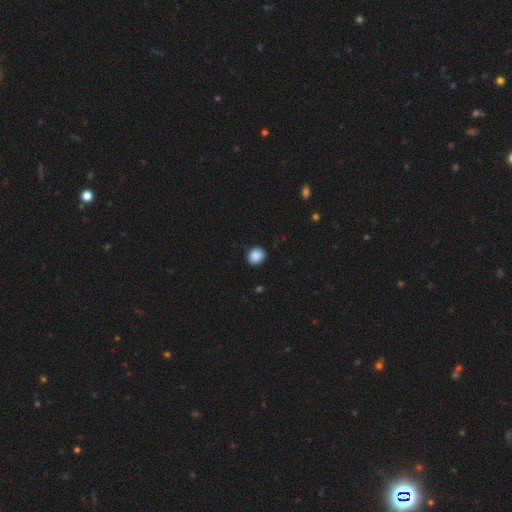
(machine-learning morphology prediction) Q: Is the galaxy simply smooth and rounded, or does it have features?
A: smooth — 89%.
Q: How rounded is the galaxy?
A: round — 62%.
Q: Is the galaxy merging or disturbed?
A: none — 88%.